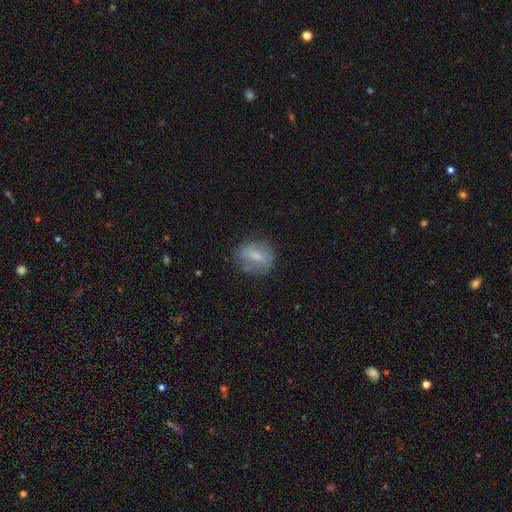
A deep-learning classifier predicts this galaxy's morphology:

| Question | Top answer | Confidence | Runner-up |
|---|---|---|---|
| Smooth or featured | smooth | 61% | featured or disk (30%) |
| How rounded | in between | 47% | tied: round (47%) |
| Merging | none | 70% | minor disturbance (20%) |